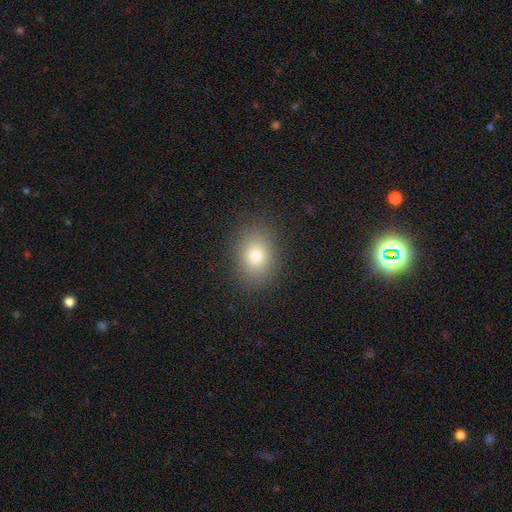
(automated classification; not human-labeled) Overall: smooth (78%). How rounded: in between (65%; round 34%). Merging: none (88%).